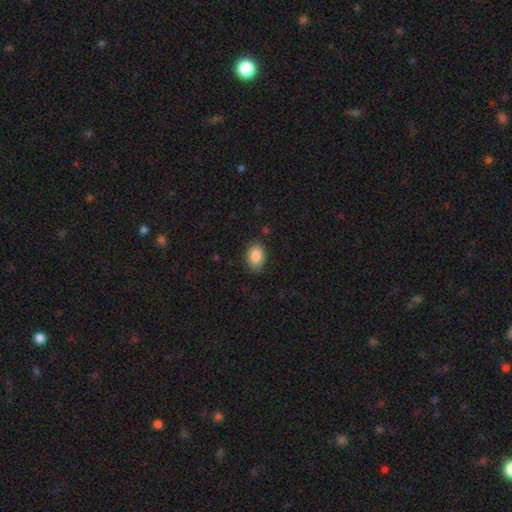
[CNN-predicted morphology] Smooth or featured: smooth — 88% (star or artifact — 7%)
How rounded: in between — 80% (round — 18%)
Merging: none — 81% (minor disturbance — 15%)